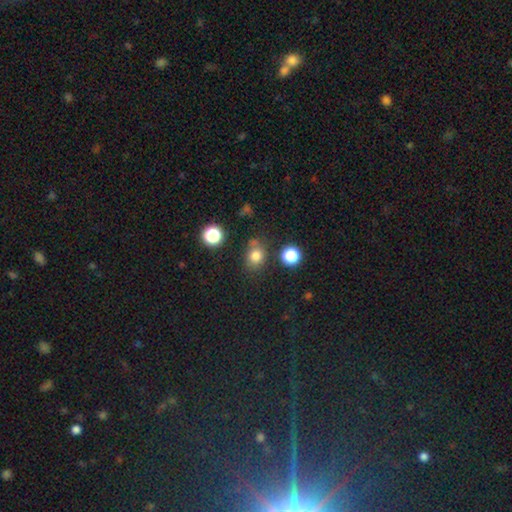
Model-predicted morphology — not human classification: Smooth or featured? Predicted: smooth (p=0.76). How rounded? Predicted: round (p=0.64). Merging? Predicted: none (p=0.67).